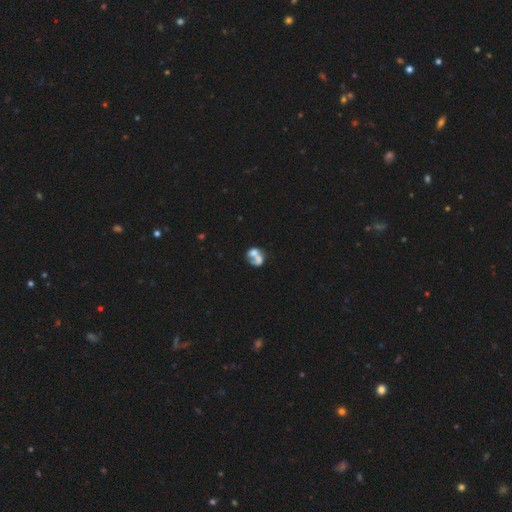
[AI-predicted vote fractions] smooth_or_featured: smooth (p=0.48) [alt: featured or disk p=0.41]
merging: merger (p=0.64) [alt: none p=0.18]